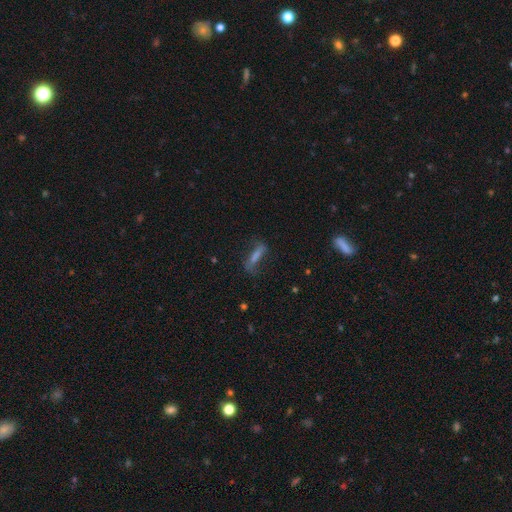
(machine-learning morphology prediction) Q: Smooth or featured?
A: featured or disk (47%); runner-up: smooth (38%)
Q: Merging?
A: none (65%); runner-up: minor disturbance (20%)